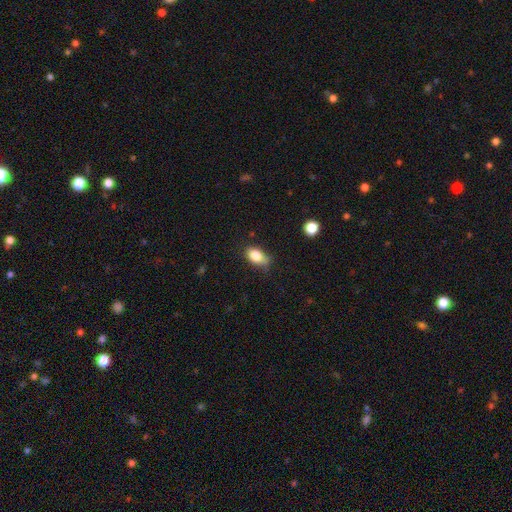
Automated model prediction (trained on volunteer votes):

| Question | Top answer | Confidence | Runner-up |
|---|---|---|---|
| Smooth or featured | smooth | 82% | star or artifact (9%) |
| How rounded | in between | 84% | round (13%) |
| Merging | none | 52% | minor disturbance (36%) |